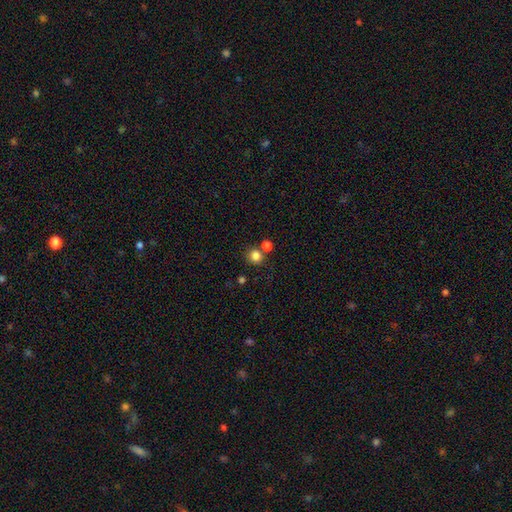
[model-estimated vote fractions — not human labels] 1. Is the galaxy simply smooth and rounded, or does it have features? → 82% smooth, 13% star or artifact, 5% featured or disk.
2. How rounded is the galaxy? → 90% round, 9% in between, 1% cigar-shaped.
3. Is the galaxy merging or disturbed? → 73% none, 16% merger, 7% minor disturbance, 3% major disturbance.